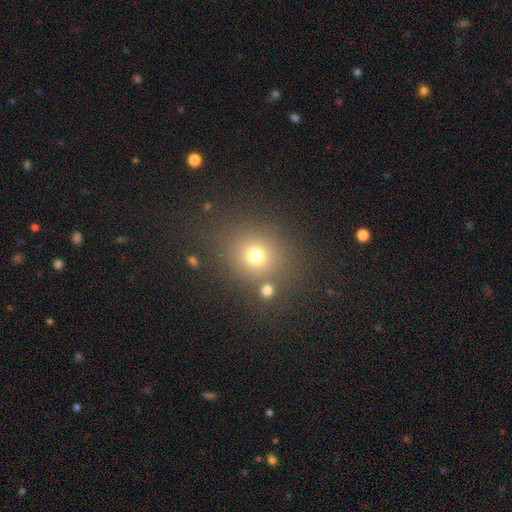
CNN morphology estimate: type=smooth (71%); roundness=round (76%); merging=none (76%).